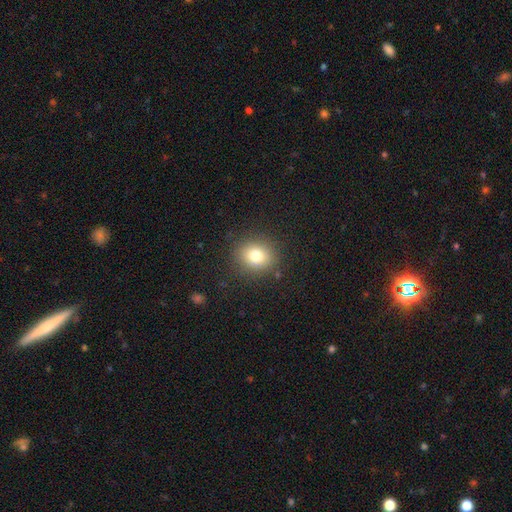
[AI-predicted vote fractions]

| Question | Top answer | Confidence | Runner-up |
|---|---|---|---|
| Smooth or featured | smooth | 78% | star or artifact (12%) |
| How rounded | round | 74% | in between (25%) |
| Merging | none | 87% | minor disturbance (8%) |